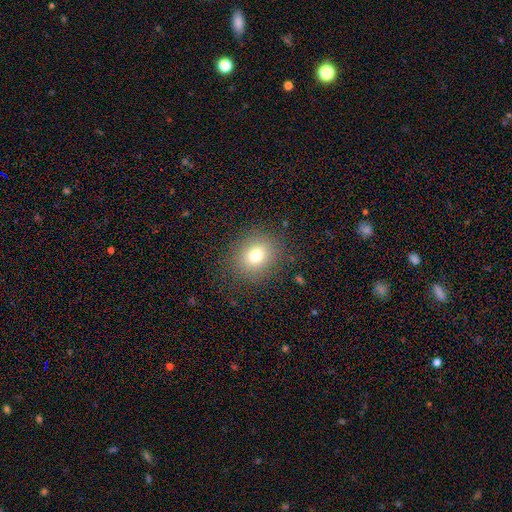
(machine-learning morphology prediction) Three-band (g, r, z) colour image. It shows a smooth galaxy with no disk features (75%) that is round (76%). Merging: none (85%).